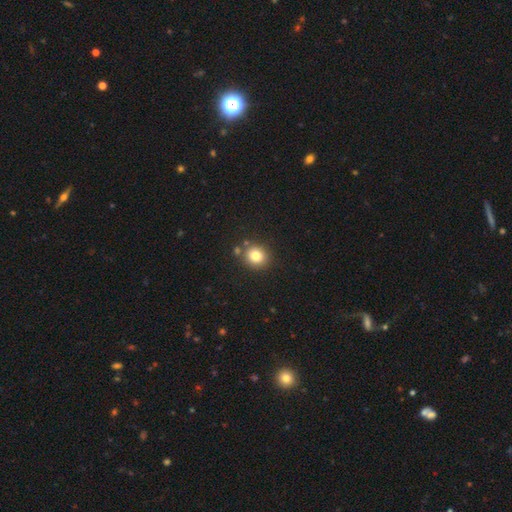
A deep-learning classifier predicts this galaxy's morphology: The model was most divided on "smooth or featured": smooth: 80%, star or artifact: 12%, featured or disk: 8%. More confident: how rounded — round (84%); merging — none (80%).